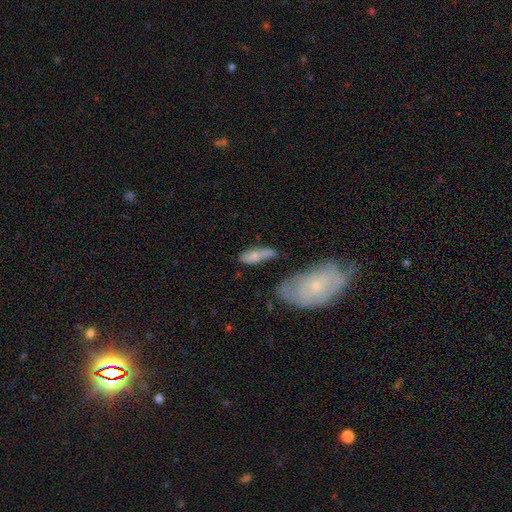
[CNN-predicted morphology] This is possibly a smooth galaxy (56%). How rounded: likely in between (61%). Merging: possibly none (49%).